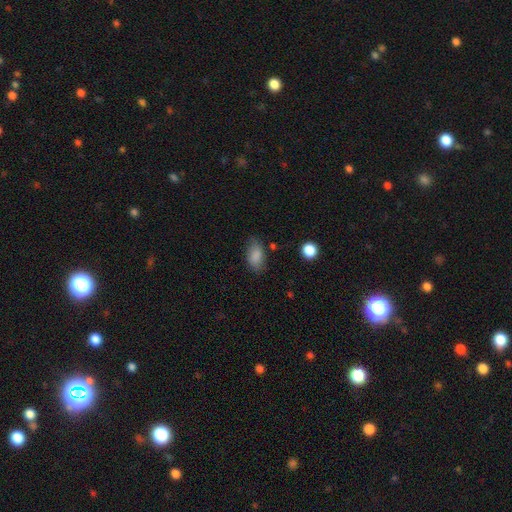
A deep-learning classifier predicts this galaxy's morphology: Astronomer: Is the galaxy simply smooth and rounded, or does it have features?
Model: smooth — 85%.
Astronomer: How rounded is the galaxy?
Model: in between — 91%.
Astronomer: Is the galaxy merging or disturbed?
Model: none — 72%.